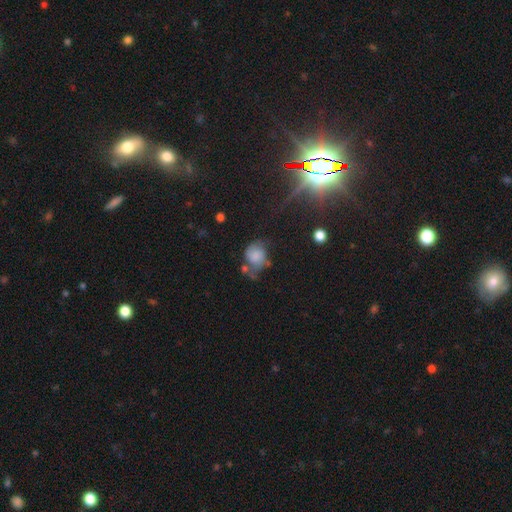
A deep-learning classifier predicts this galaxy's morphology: A smooth galaxy with no disk features (69%) that is round (63%).

Vote fractions:
- Smooth or featured? smooth: 69% / featured or disk: 20% / star or artifact: 11%
- How rounded? round: 63% / in between: 35% / cigar-shaped: 1%
- Merging? none: 34% / minor disturbance: 31% / major disturbance: 21% / merger: 14%